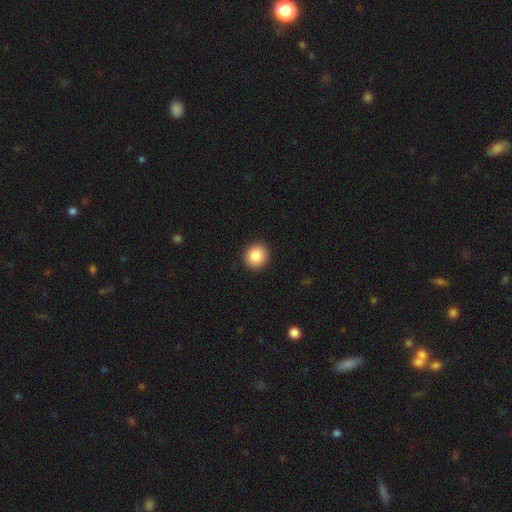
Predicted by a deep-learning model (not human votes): Smooth or featured?
  - smooth: 86% *
  - star or artifact: 9%
  - featured or disk: 5%
How rounded?
  - round: 90% *
  - in between: 9%
  - cigar-shaped: 1%
Merging?
  - none: 92% *
  - minor disturbance: 5%
  - major disturbance: 2%
  - merger: 1%